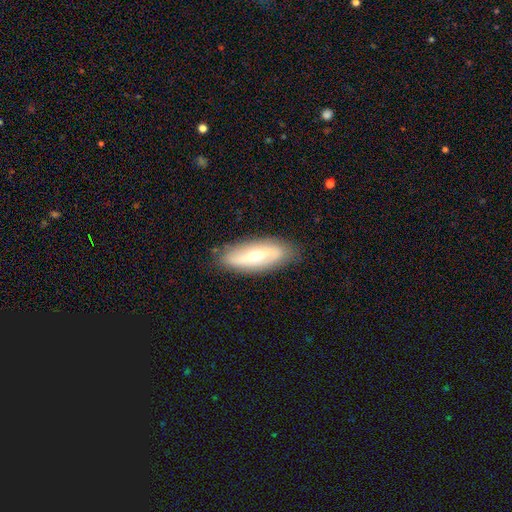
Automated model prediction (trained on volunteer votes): Smooth or featured? featured or disk (59%)
Edge-on disk? no (73%)
Merging? none (84%)